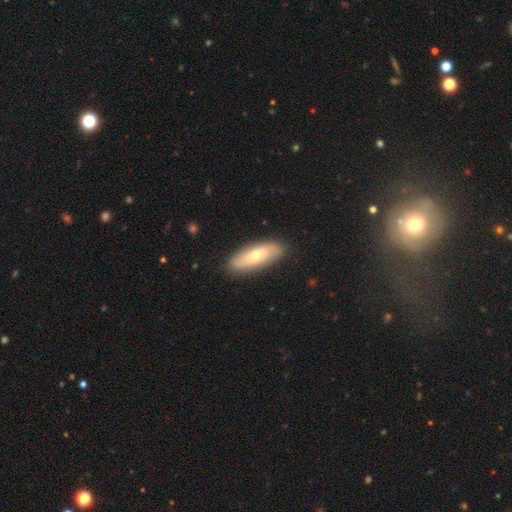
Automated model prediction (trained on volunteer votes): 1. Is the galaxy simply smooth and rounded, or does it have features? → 57% smooth, 38% featured or disk, 6% star or artifact.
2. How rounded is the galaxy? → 63% in between, 34% cigar-shaped, 3% round.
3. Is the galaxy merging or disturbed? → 87% none, 10% minor disturbance, 2% major disturbance, 1% merger.